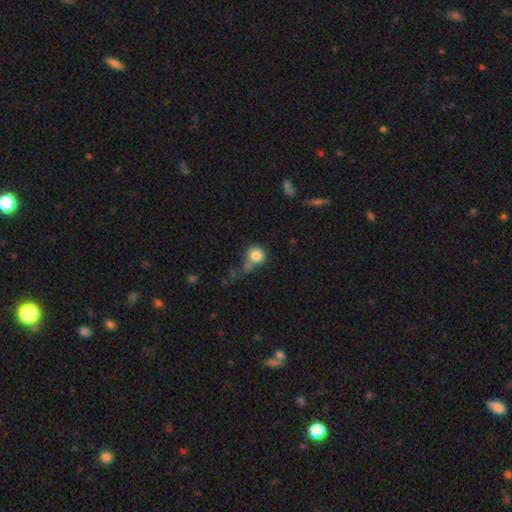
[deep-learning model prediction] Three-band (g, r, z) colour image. It shows a smooth galaxy with no disk features (84%) that is round (90%). Merging: none (51%).